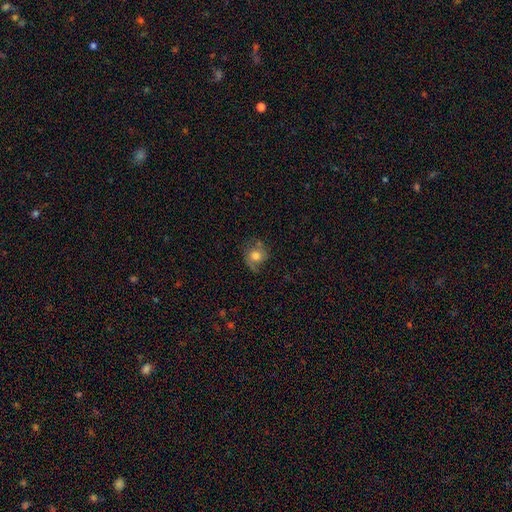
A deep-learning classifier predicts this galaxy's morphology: A smooth galaxy with no disk features (67%) that is round (77%).

Vote fractions:
- Smooth or featured? smooth: 67% / featured or disk: 23% / star or artifact: 10%
- How rounded? round: 77% / in between: 22% / cigar-shaped: 1%
- Merging? none: 57% / minor disturbance: 27% / major disturbance: 13% / merger: 3%